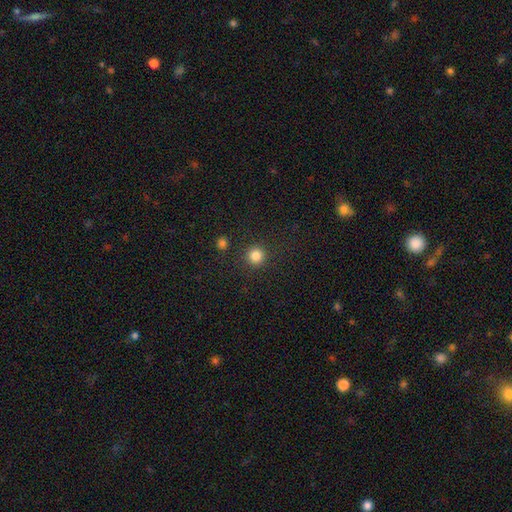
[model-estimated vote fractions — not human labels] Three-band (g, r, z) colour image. It shows a smooth galaxy with no disk features (84%) that is round (94%). Merging: none (89%).